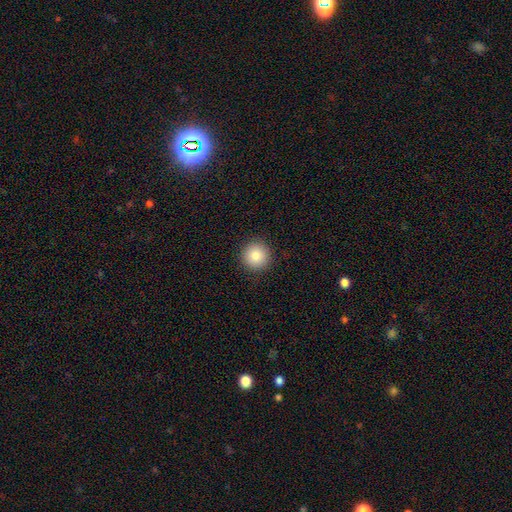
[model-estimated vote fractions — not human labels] smooth-or-featured: smooth: 86% | star or artifact: 9% | featured or disk: 5%
  how-rounded: round: 94% | in between: 5% | cigar-shaped: 1%
  merging: none: 92% | minor disturbance: 6% | major disturbance: 2% | merger: 1%